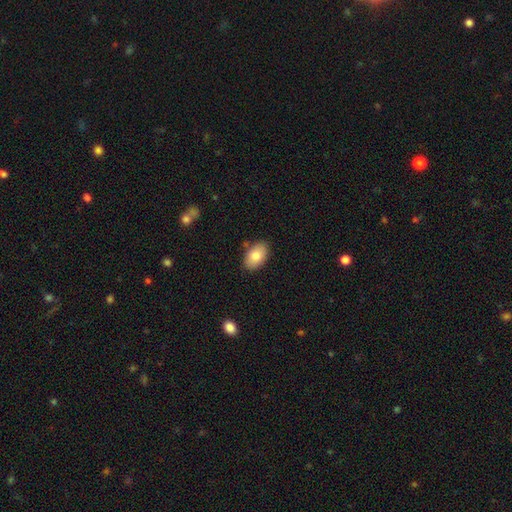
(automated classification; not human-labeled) This appears to be a smooth galaxy with no disk features (81%) that is in between round and cigar-shaped (91%). Merging: none (83%).